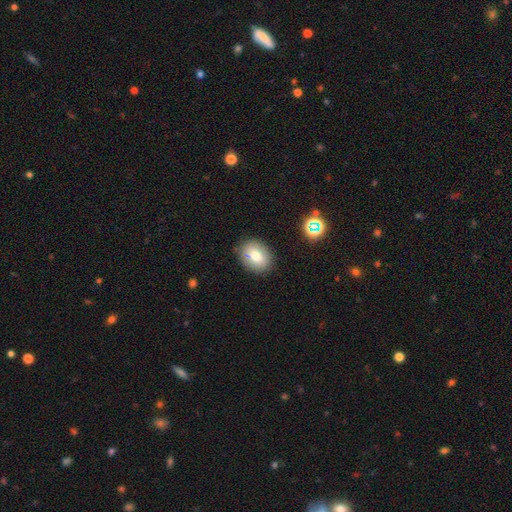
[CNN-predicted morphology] smooth-or-featured: smooth: 73% | featured or disk: 17% | star or artifact: 10%
  how-rounded: in between: 63% | round: 36% | cigar-shaped: 1%
  merging: none: 85% | minor disturbance: 11% | major disturbance: 3% | merger: 2%